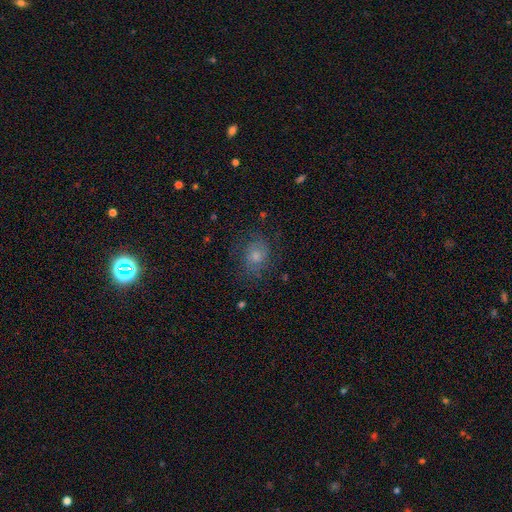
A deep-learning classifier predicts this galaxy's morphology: This is possibly a smooth galaxy (48%). Merging: likely none (75%).